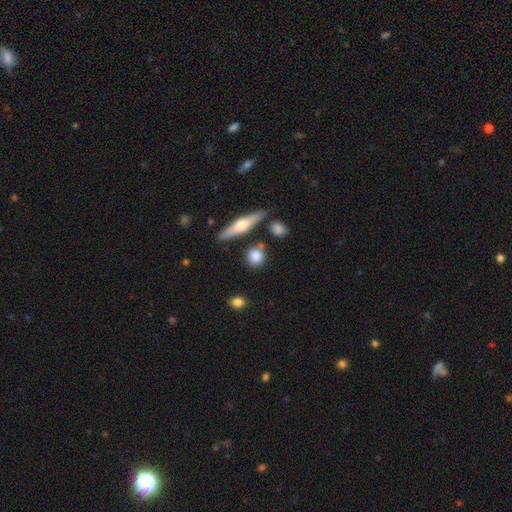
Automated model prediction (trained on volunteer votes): A smooth galaxy with no disk features (78%) that is round (76%). Merging: none (76%).